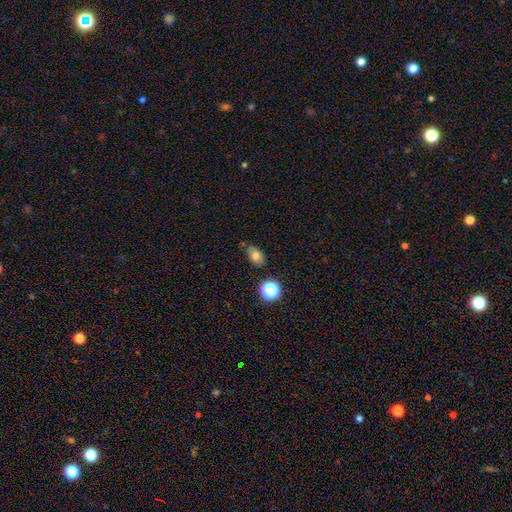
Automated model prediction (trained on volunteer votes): Overall: smooth (77%). How rounded: in between (81%). Merging: none (72%).